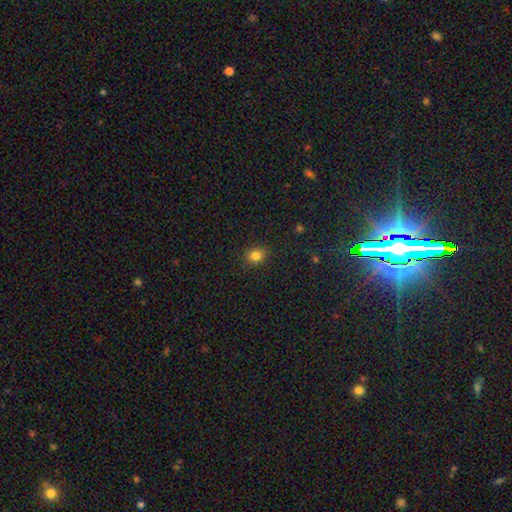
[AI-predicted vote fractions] Morphology: type=smooth (82%); roundness=round (66%); merging=none (88%).